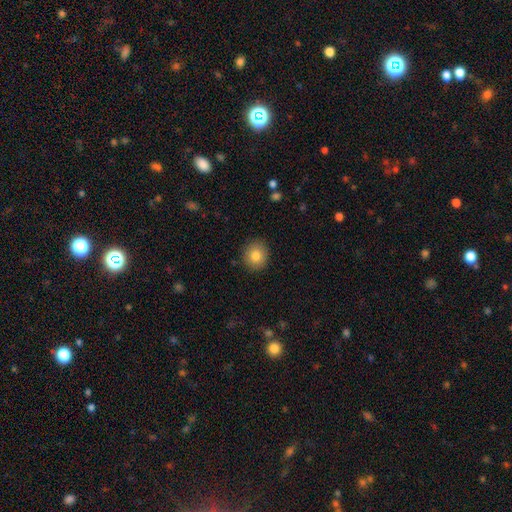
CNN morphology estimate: type=smooth (83%); roundness=round (84%); merging=none (89%).